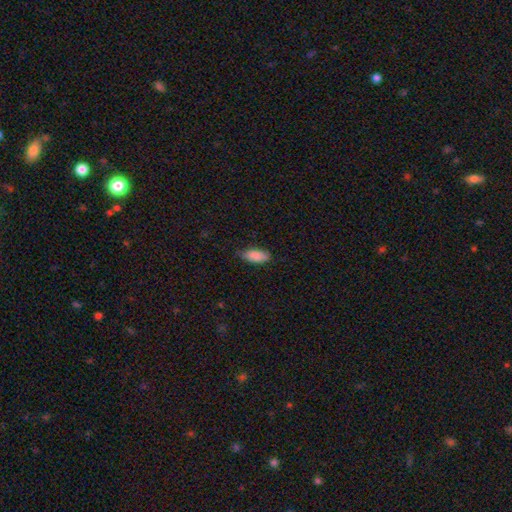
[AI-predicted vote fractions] smooth_or_featured: smooth (p=0.88) [alt: star or artifact p=0.06]
how_rounded: in between (p=0.85) [alt: cigar-shaped p=0.13]
merging: none (p=0.77) [alt: minor disturbance p=0.19]